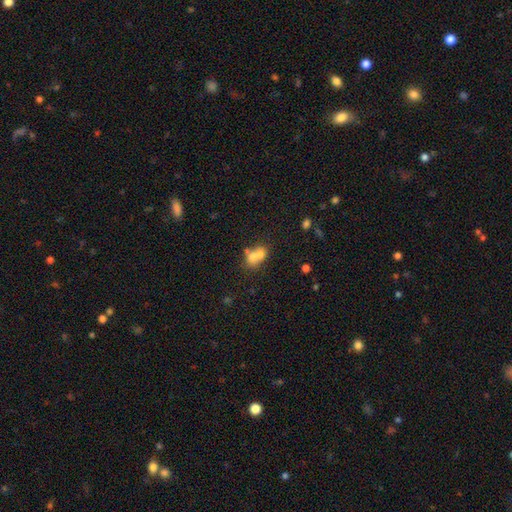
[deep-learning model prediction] This is likely a smooth galaxy (67%). How rounded: possibly in between (49%, tied with round). Merging: likely merger (64%).